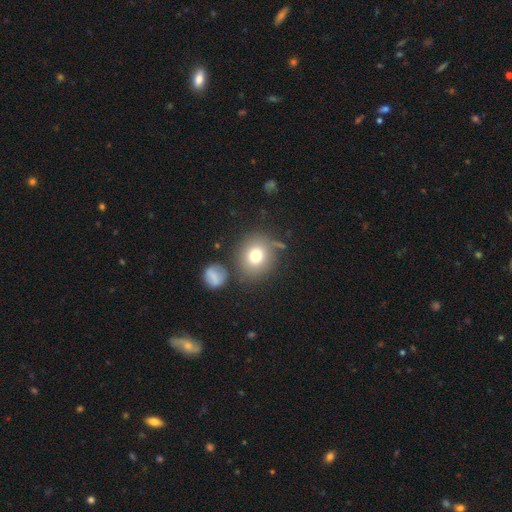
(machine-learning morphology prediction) This appears to be a smooth galaxy with no disk features (76%) that is round (80%). Merging: none (74%).